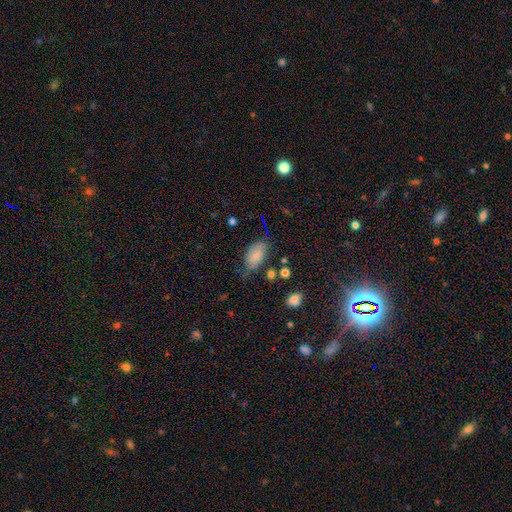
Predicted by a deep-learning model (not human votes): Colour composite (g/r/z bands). It shows a smooth galaxy with no disk features (72%) that is in between round and cigar-shaped (93%). Merging: none (53%).